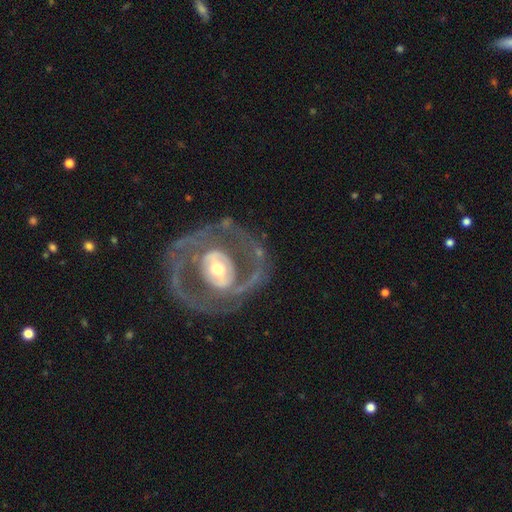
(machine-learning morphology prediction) Smooth or featured: featured or disk — 83% (smooth — 11%)
Edge-on disk: no — 96% (yes — 4%)
Bar: no — 46% (weak — 28%)
Spiral arms: yes — 65% (no — 35%)
Spiral winding: tight — 45% (medium — 40%)
Spiral arm count: 2 — 71% (can't tell — 14%)
Bulge size: moderate — 52% (small — 35%)
Merging: none — 74% (minor disturbance — 13%)